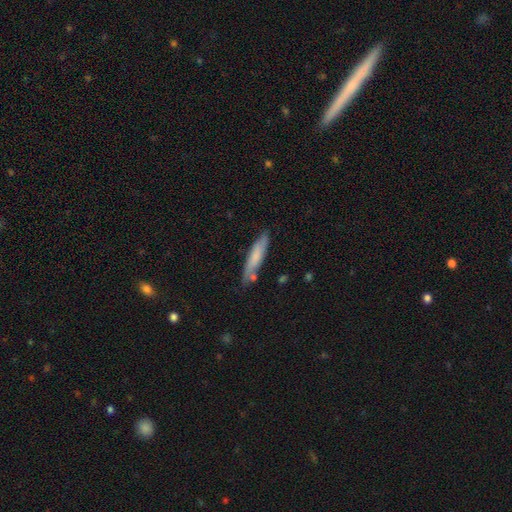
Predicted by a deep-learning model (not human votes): Morphology: type=smooth (71%); roundness=cigar-shaped (85%); merging=none (77%).